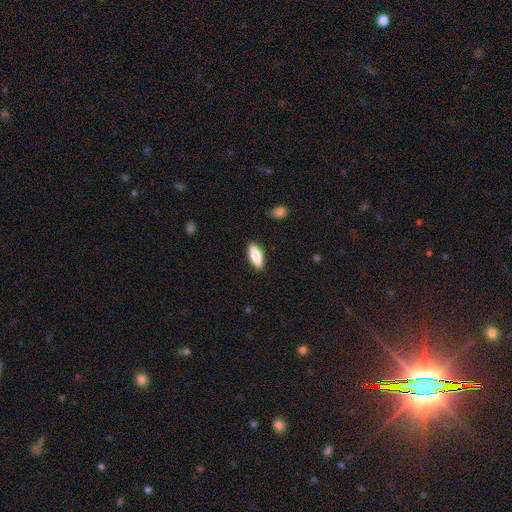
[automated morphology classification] Smooth or featured? smooth (82%)
How rounded? in between (80%)
Merging? none (88%)